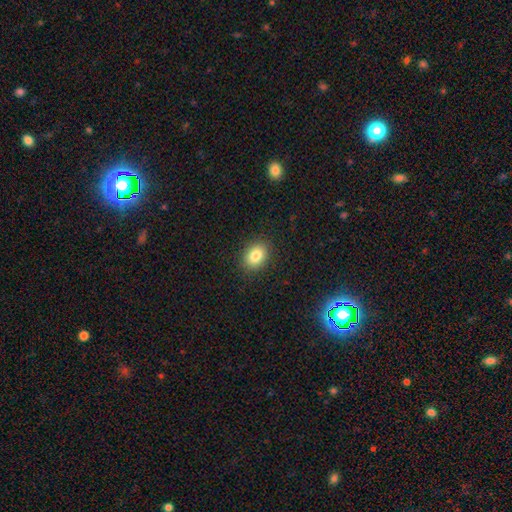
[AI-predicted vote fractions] smooth 84%, star or artifact 9%, featured or disk 7%. Down the decision tree: how rounded — in between (64%); merging — none (89%).